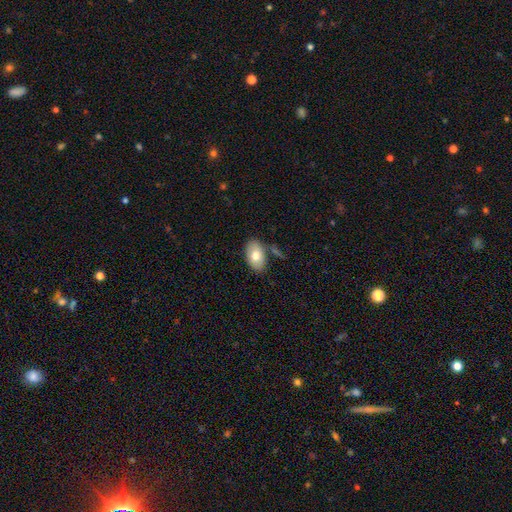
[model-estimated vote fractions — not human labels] A smooth galaxy with no disk features (74%) that is in between round and cigar-shaped (90%). Merging: none (78%).